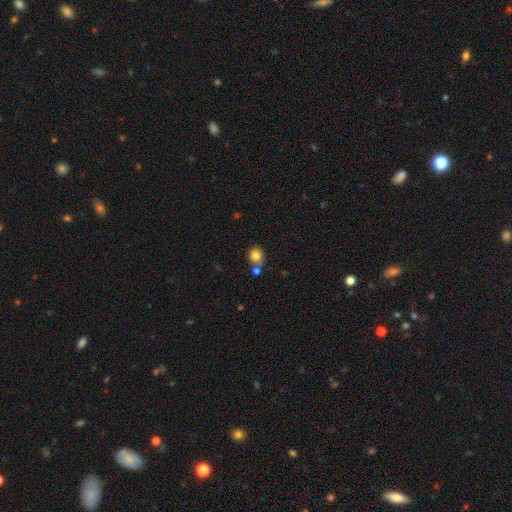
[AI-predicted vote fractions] The model was most divided on "merging": none: 58%, merger: 26%, minor disturbance: 13%, major disturbance: 4%. More confident: smooth or featured — smooth (81%); how rounded — round (70%).